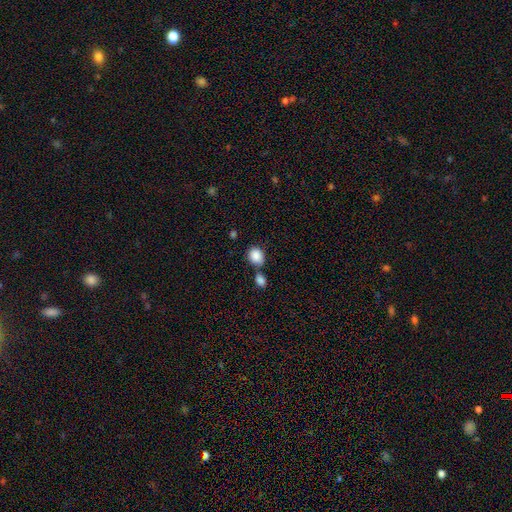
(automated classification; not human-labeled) This is clearly a smooth galaxy (88%). How rounded: possibly round (56%). Merging: possibly none (56%).